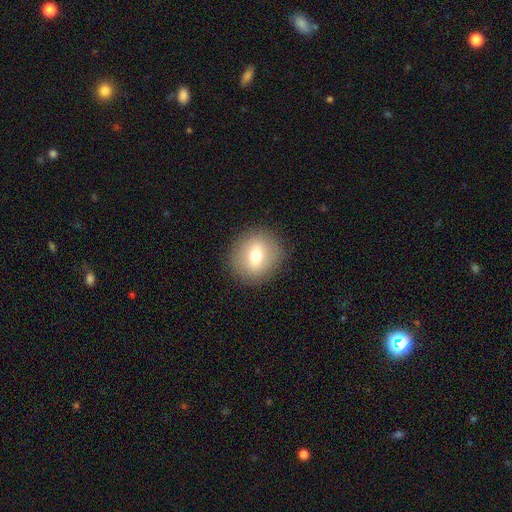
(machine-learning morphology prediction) Smooth or featured?
  - smooth: 67% *
  - featured or disk: 24%
  - star or artifact: 10%
How rounded?
  - round: 82% *
  - in between: 17%
  - cigar-shaped: 1%
Merging?
  - none: 89% *
  - minor disturbance: 8%
  - major disturbance: 3%
  - merger: 1%